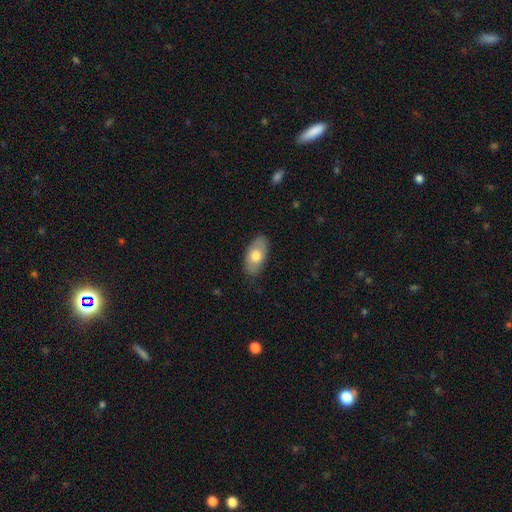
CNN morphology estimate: Q: Smooth or featured?
A: smooth (69%); runner-up: featured or disk (26%)
Q: How rounded?
A: in between (93%); runner-up: round (4%)
Q: Merging?
A: none (80%); runner-up: minor disturbance (16%)